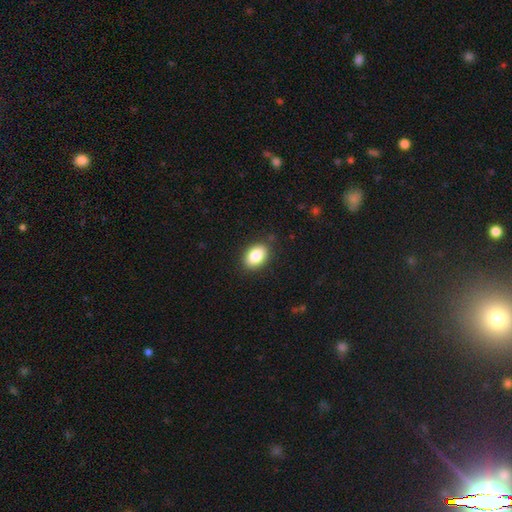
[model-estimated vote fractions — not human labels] Overall: smooth (85%). How rounded: in between (84%). Merging: none (87%).